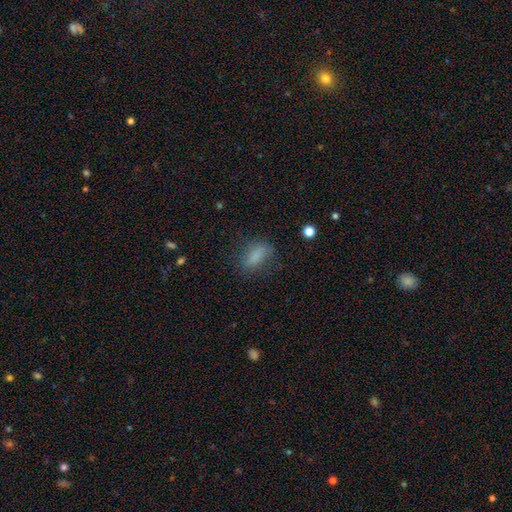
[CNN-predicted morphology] smooth-or-featured: smooth: 77% | featured or disk: 12% | star or artifact: 11%
  how-rounded: in between: 75% | cigar-shaped: 17% | round: 8%
  merging: none: 68% | minor disturbance: 21% | major disturbance: 10% | merger: 2%